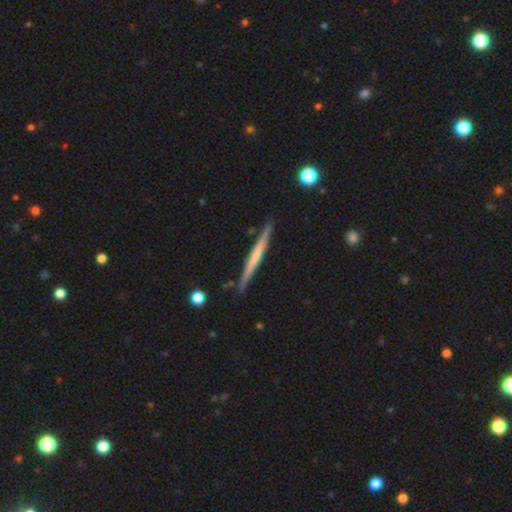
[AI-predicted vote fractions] smooth_or_featured: featured or disk (p=0.56) [alt: smooth p=0.39]
disk_edge_on: yes (p=0.98) [alt: no p=0.02]
edge_on_bulge: none (p=0.71) [alt: rounded p=0.17]
merging: none (p=0.88) [alt: minor disturbance p=0.09]